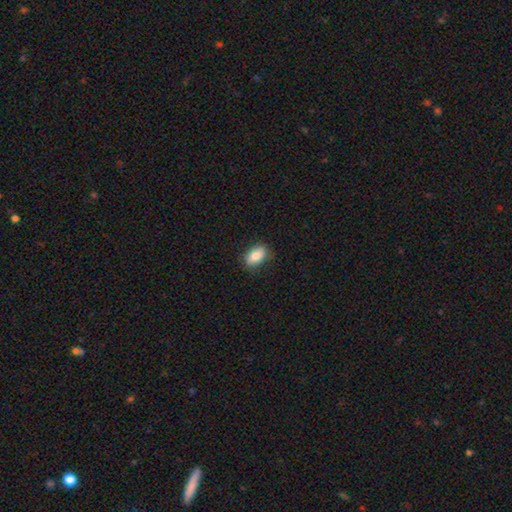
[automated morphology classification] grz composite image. It shows a smooth galaxy with no disk features (85%) that is in between round and cigar-shaped (90%). Merging: none (83%).